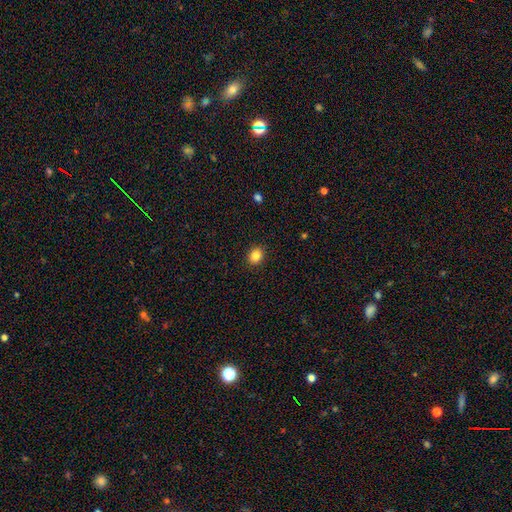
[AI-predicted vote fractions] smooth 85%, star or artifact 10%, featured or disk 5%. Down the decision tree: how rounded — round (62%); merging — none (91%).